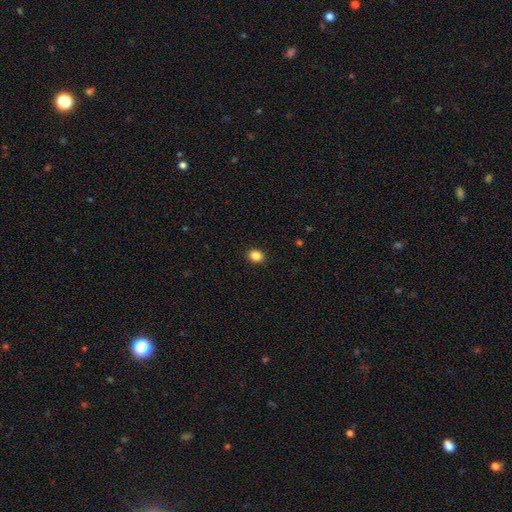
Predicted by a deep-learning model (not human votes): Smooth or featured? smooth (87%)
How rounded? in between (54%)
Merging? none (91%)